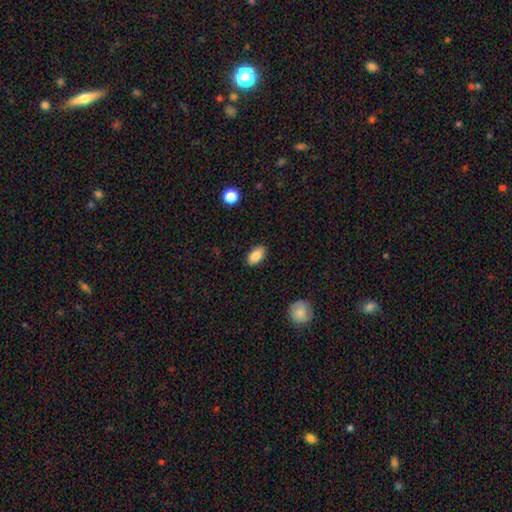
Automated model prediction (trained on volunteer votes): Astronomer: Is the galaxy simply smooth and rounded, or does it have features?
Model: smooth — 86%.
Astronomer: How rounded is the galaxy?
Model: in between — 92%.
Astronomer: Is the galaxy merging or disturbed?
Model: none — 87%.